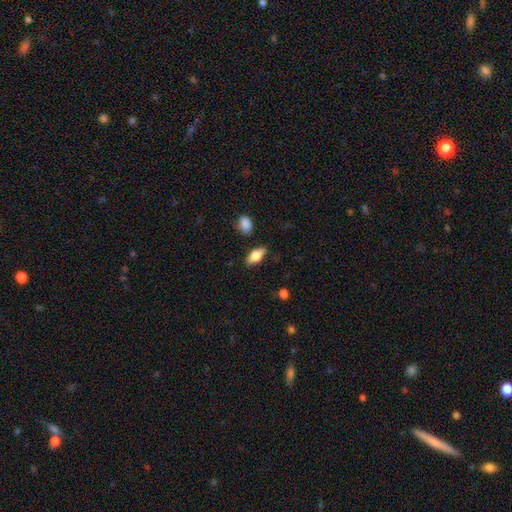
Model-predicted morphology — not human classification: Smooth or featured? smooth (72%)
How rounded? in between (84%)
Merging? none (82%)